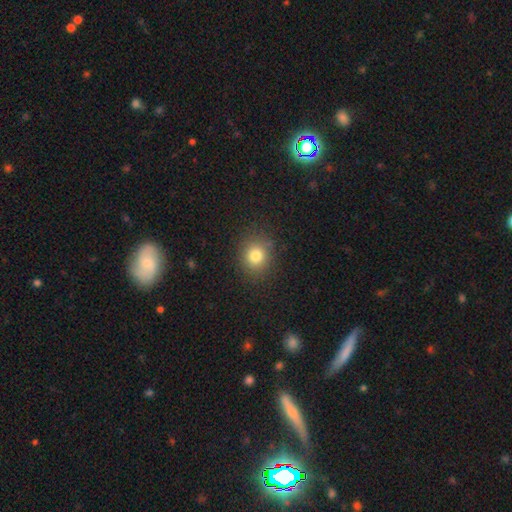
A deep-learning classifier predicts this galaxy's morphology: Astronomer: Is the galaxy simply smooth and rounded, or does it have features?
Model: smooth — 80%.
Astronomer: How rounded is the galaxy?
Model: round — 77%.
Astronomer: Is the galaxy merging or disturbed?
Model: none — 86%.